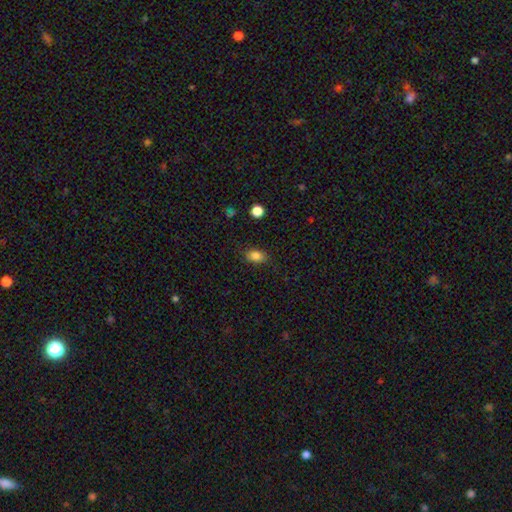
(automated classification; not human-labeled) The model was most divided on "merging": none: 83%, minor disturbance: 13%, major disturbance: 3%, merger: 1%. More confident: how rounded — in between (85%); smooth or featured — smooth (84%).